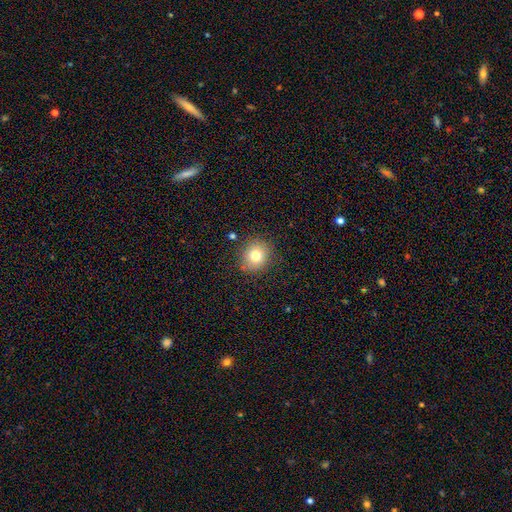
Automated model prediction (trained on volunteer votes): This appears to be a smooth galaxy with no disk features (77%) that is round (78%). Merging: none (84%).